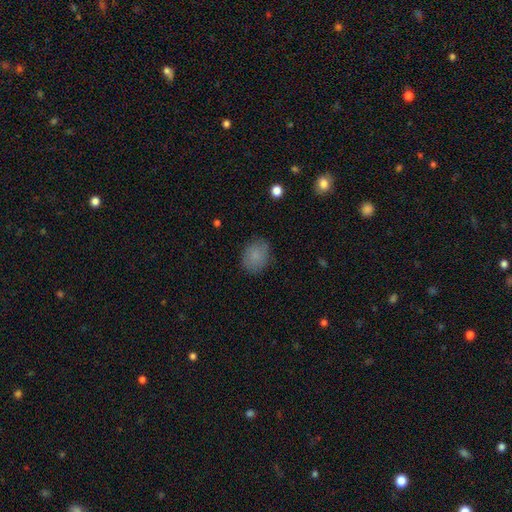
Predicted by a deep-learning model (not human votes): smooth 84%, star or artifact 9%, featured or disk 7%. Down the decision tree: how rounded — in between (54%); merging — none (81%).